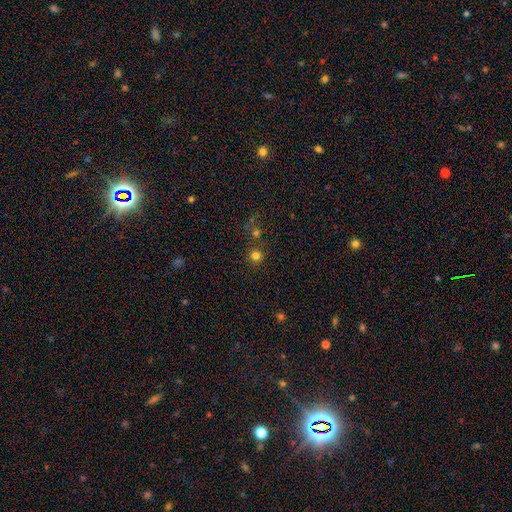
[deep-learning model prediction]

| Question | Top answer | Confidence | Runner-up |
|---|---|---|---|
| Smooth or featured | smooth | 75% | star or artifact (19%) |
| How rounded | round | 94% | in between (5%) |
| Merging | none | 80% | merger (10%) |